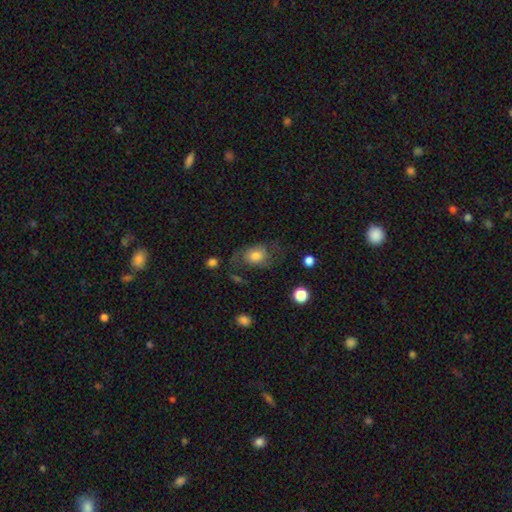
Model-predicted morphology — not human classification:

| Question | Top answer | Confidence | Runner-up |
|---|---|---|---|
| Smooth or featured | smooth | 62% | featured or disk (29%) |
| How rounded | in between | 61% | round (38%) |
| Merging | none | 45% | major disturbance (27%) |